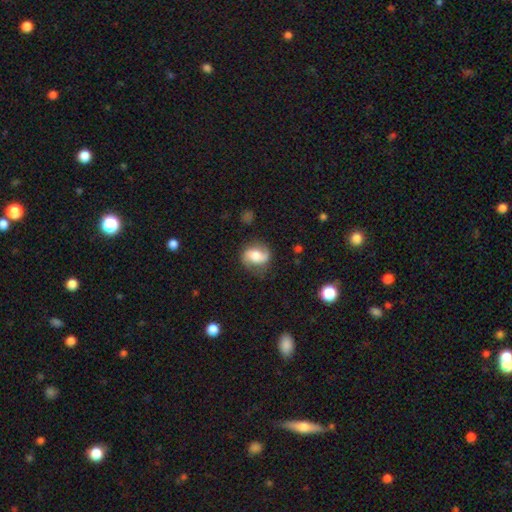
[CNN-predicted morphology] smooth_or_featured: featured or disk (p=0.62) [alt: smooth p=0.30]
disk_edge_on: no (p=0.97) [alt: yes p=0.03]
bar: no (p=0.46) [alt: weak p=0.38]
has_spiral_arms: yes (p=0.91) [alt: no p=0.09]
spiral_winding: loose (p=0.51) [alt: medium p=0.36]
spiral_arm_count: 2 (p=0.89) [alt: can't tell p=0.04]
bulge_size: moderate (p=0.50) [alt: large p=0.27]
merging: none (p=0.74) [alt: minor disturbance p=0.18]